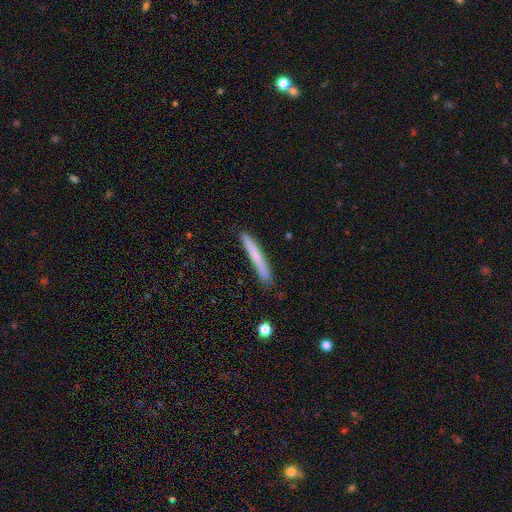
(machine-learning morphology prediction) smooth_or_featured: smooth (p=0.69) [alt: featured or disk p=0.25]
how_rounded: cigar-shaped (p=0.97) [alt: in between p=0.02]
merging: none (p=0.87) [alt: minor disturbance p=0.10]